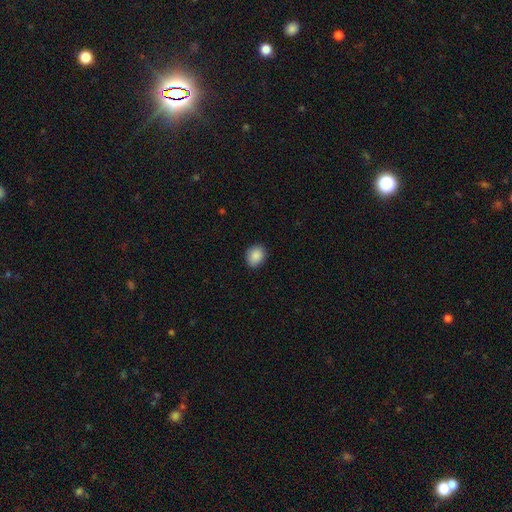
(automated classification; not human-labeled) A smooth galaxy with no disk features (89%) that is round (50%).

Vote fractions:
- Smooth or featured? smooth: 89% / star or artifact: 8% / featured or disk: 4%
- How rounded? round: 50% / in between: 49% / cigar-shaped: 1%
- Merging? none: 87% / minor disturbance: 9% / major disturbance: 2% / merger: 1%